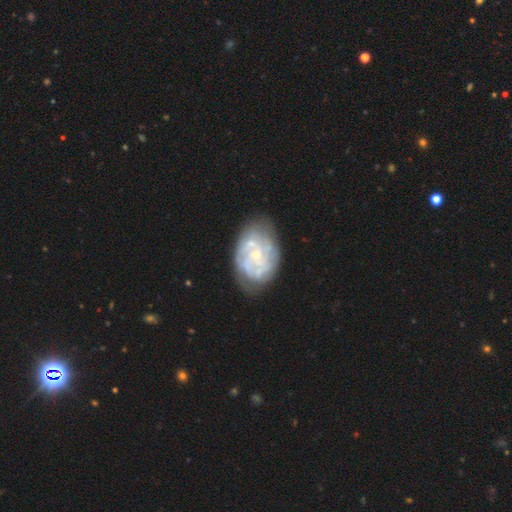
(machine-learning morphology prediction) A featured or disk galaxy (77%) with no bar (77%), tight (60%) spiral arms (72%) and a small central bulge (71%). Merging: none (61%).